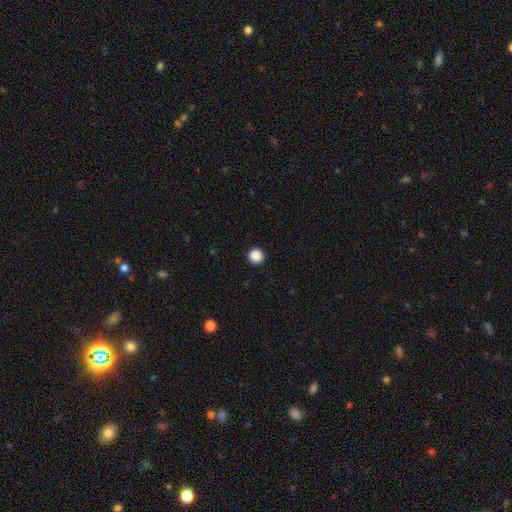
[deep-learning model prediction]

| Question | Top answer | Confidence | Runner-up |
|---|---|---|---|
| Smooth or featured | smooth | 89% | star or artifact (9%) |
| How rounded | round | 96% | in between (3%) |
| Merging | none | 94% | minor disturbance (4%) |